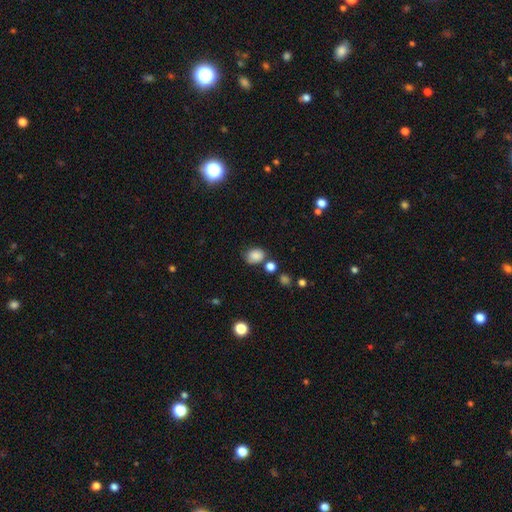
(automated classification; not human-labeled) smooth-or-featured: smooth: 84% | star or artifact: 11% | featured or disk: 6%
  how-rounded: in between: 51% | round: 48% | cigar-shaped: 1%
  merging: none: 64% | minor disturbance: 20% | merger: 10% | major disturbance: 6%